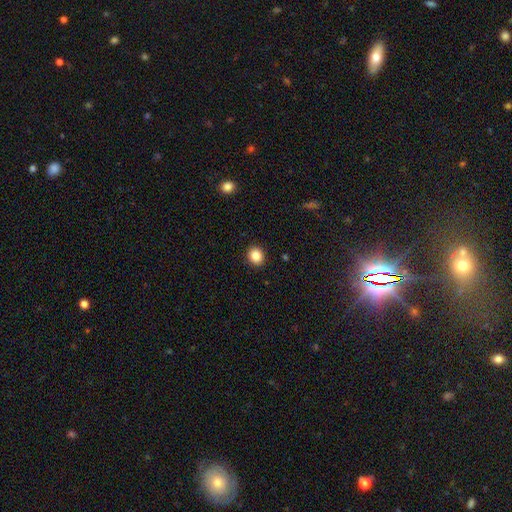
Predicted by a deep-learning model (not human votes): Smooth or featured? smooth (86%)
How rounded? round (78%)
Merging? none (92%)